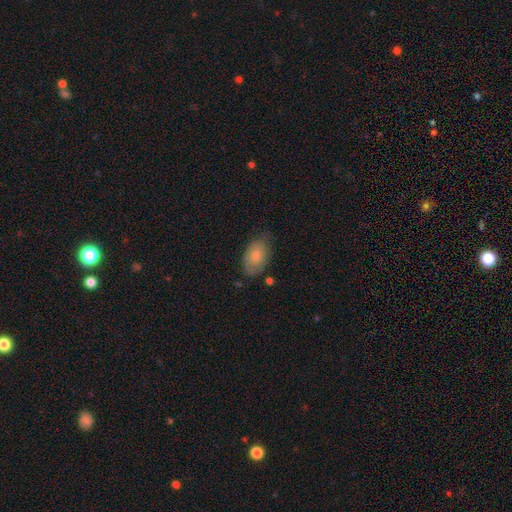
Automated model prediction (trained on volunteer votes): This appears to be a smooth galaxy with no disk features (77%) that is in between round and cigar-shaped (92%). Merging: none (65%).